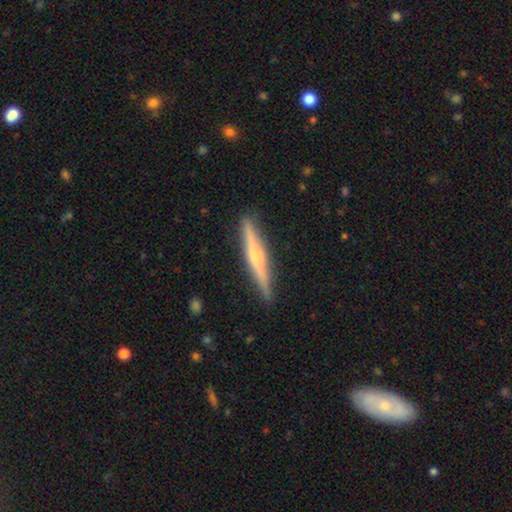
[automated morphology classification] Smooth or featured?
  - featured or disk: 57% *
  - smooth: 37%
  - star or artifact: 6%
Edge-on disk?
  - yes: 97% *
  - no: 3%
Edge-on bulge?
  - rounded: 60% *
  - none: 27%
  - boxy: 13%
Merging?
  - none: 89% *
  - minor disturbance: 8%
  - major disturbance: 1%
  - merger: 1%